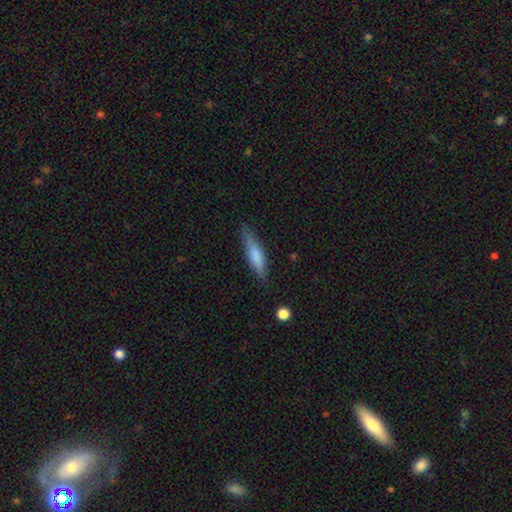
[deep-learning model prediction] A smooth galaxy with no disk features (69%) that is cigar-shaped (76%).

Vote fractions:
- Smooth or featured? smooth: 69% / featured or disk: 25% / star or artifact: 6%
- How rounded? cigar-shaped: 76% / in between: 22% / round: 2%
- Merging? none: 78% / minor disturbance: 17% / major disturbance: 4% / merger: 2%